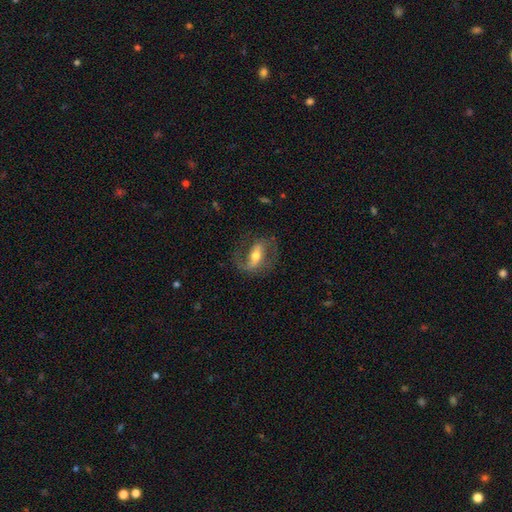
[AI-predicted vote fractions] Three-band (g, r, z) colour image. It shows a featured or disk galaxy (75%) with a strong bar (50%), 2 (78%) medium (46%) spiral arms (88%) and a moderate central bulge (63%). Merging: none (68%).